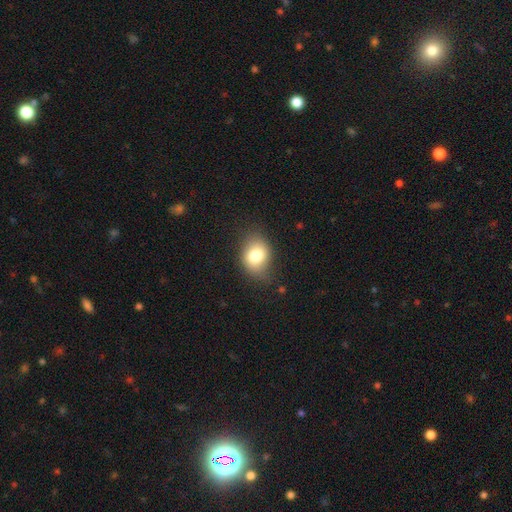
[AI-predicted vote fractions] This appears to be a smooth galaxy with no disk features (78%) that is in between round and cigar-shaped (59%). Merging: none (70%).